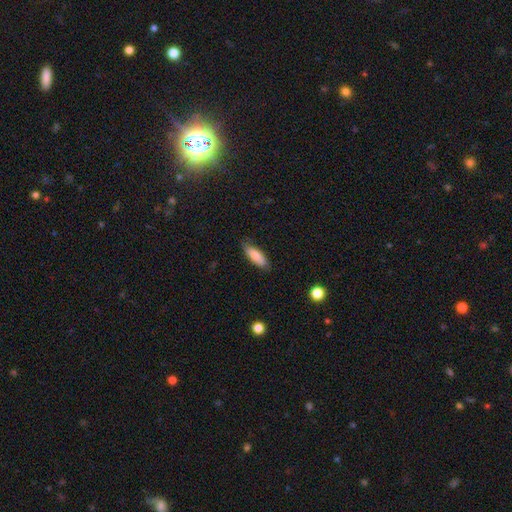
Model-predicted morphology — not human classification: This appears to be a smooth galaxy with no disk features (82%) that is in between round and cigar-shaped (62%). Merging: none (77%).